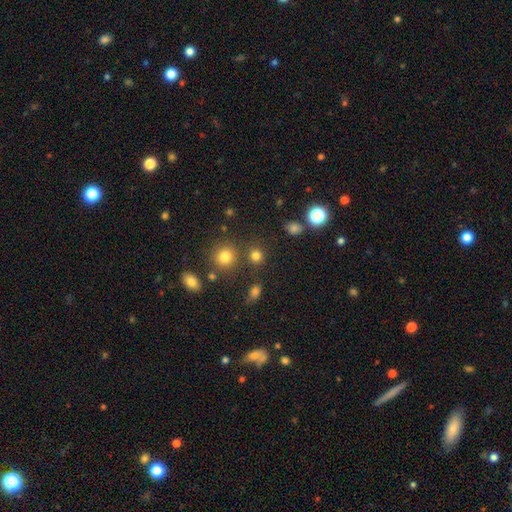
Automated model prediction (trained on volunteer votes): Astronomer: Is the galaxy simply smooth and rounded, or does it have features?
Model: smooth — 78%.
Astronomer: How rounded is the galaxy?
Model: round — 85%.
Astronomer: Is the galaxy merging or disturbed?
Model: none — 77%.